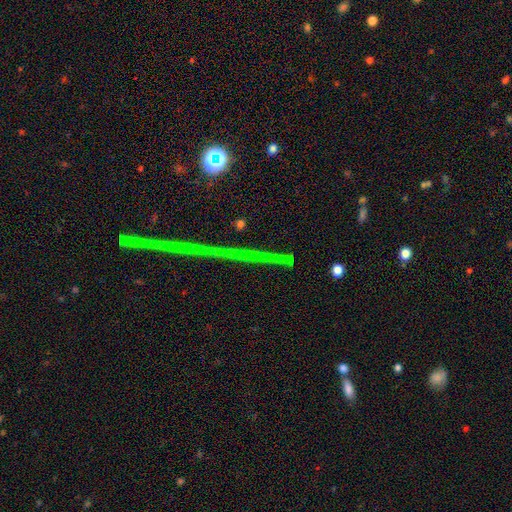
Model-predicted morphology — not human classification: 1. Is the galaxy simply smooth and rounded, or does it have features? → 78% star or artifact, 14% featured or disk, 8% smooth.